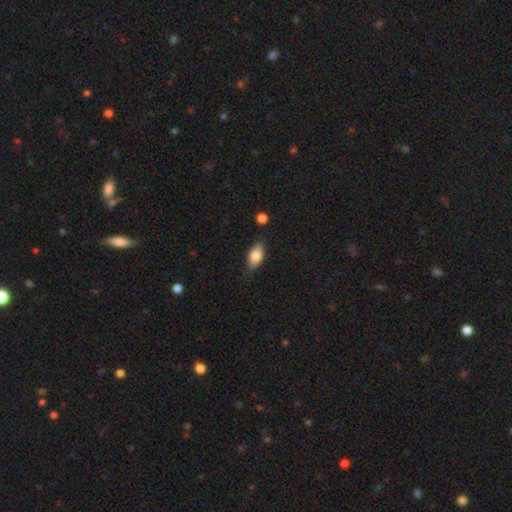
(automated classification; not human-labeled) smooth 75%, featured or disk 18%, star or artifact 7%. Down the decision tree: how rounded — in between (85%); merging — none (80%).